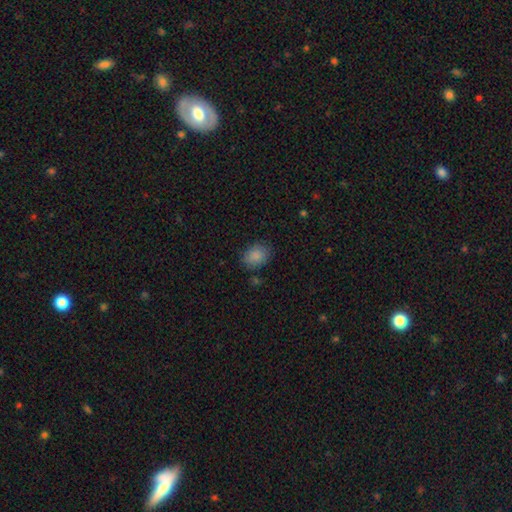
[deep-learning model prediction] A smooth galaxy with no disk features (87%) that is in between round and cigar-shaped (65%).

Vote fractions:
- Smooth or featured? smooth: 87% / star or artifact: 8% / featured or disk: 5%
- How rounded? in between: 65% / round: 34% / cigar-shaped: 1%
- Merging? none: 80% / minor disturbance: 14% / major disturbance: 4% / merger: 2%